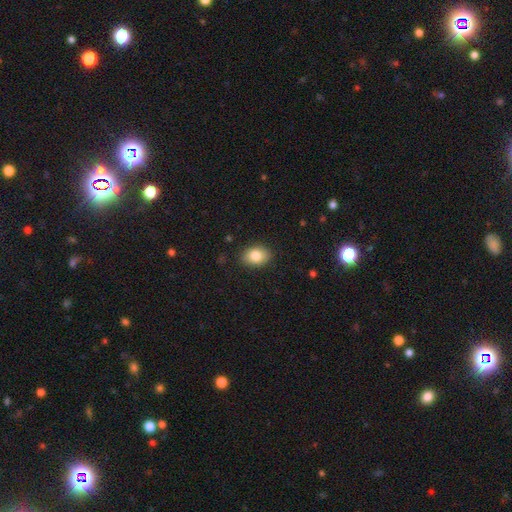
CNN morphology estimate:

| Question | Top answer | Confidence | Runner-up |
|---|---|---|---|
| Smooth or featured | smooth | 84% | featured or disk (8%) |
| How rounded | in between | 79% | round (20%) |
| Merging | none | 87% | minor disturbance (10%) |